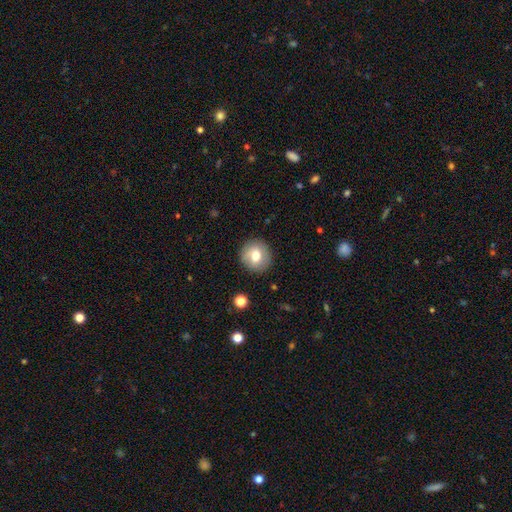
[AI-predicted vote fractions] Smooth or featured: smooth — 71% (featured or disk — 20%)
How rounded: round — 90% (in between — 9%)
Merging: none — 88% (minor disturbance — 8%)